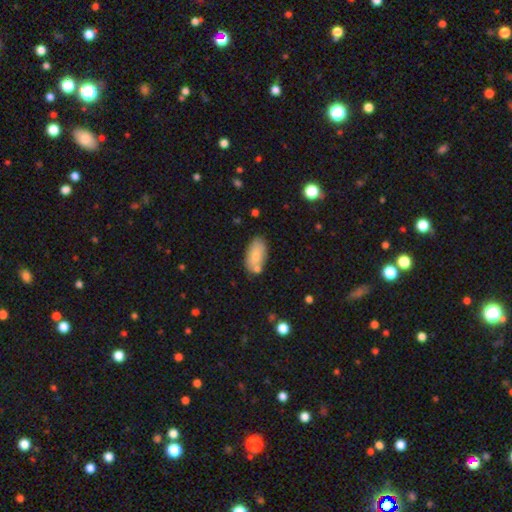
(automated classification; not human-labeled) Morphology: type=smooth (75%); roundness=in between (93%); merging=none (67%).